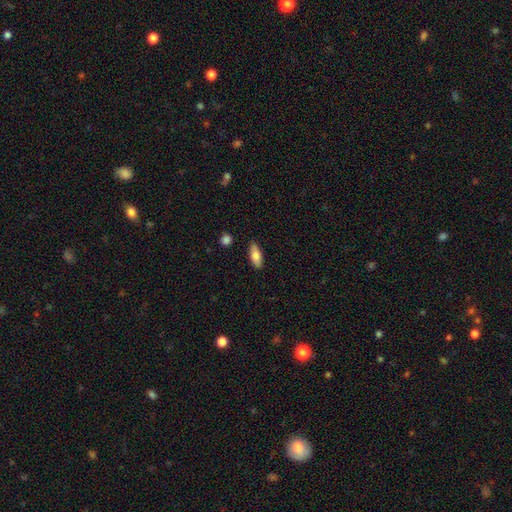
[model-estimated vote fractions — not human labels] Q: Smooth or featured?
A: smooth (79%); runner-up: featured or disk (14%)
Q: How rounded?
A: in between (77%); runner-up: cigar-shaped (21%)
Q: Merging?
A: none (86%); runner-up: minor disturbance (11%)